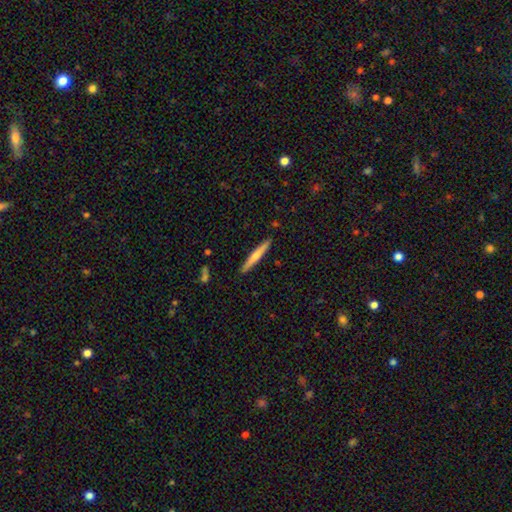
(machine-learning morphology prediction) type=smooth (55%); roundness=cigar-shaped (95%); merging=none (90%).